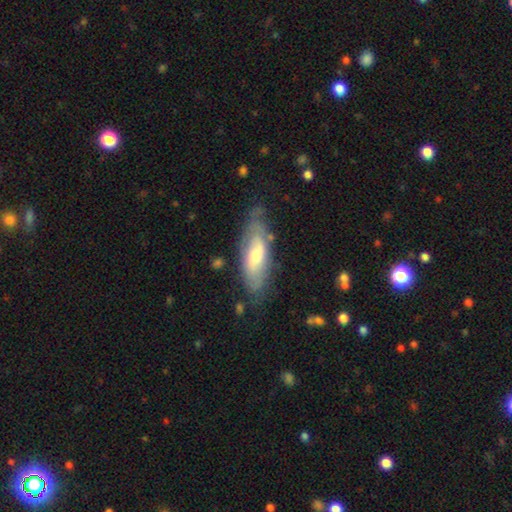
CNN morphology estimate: This appears to be a featured or disk galaxy (54%). Merging: none (61%).